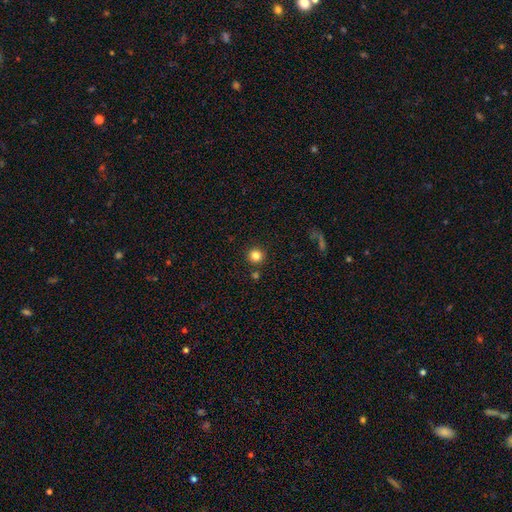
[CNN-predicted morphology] smooth 83%, star or artifact 12%, featured or disk 5%. Down the decision tree: how rounded — round (95%); merging — none (88%).